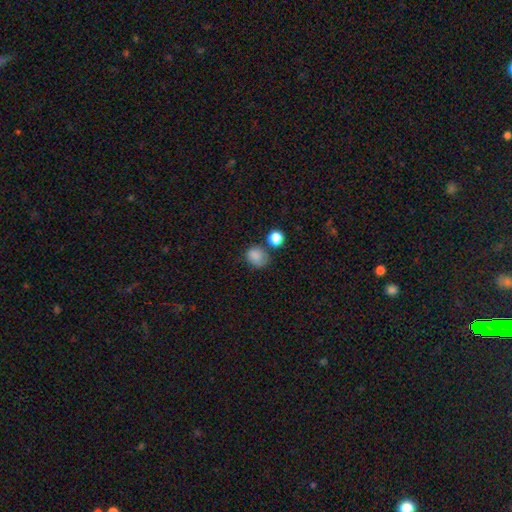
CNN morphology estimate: smooth-or-featured: smooth: 83% | star or artifact: 11% | featured or disk: 6%
  how-rounded: round: 62% | in between: 37% | cigar-shaped: 1%
  merging: none: 60% | minor disturbance: 23% | merger: 9% | major disturbance: 7%